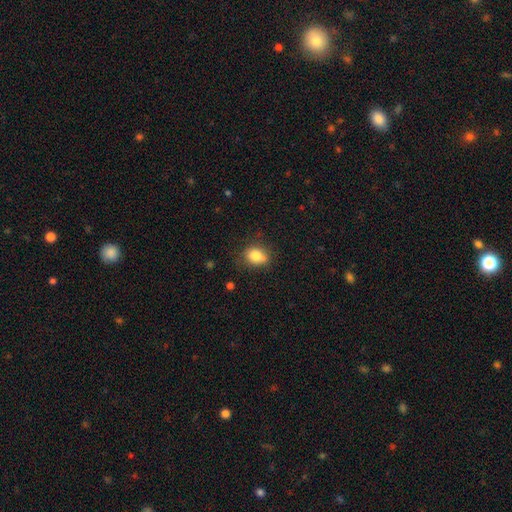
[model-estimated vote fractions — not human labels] Smooth or featured? smooth (81%)
How rounded? in between (52%)
Merging? none (66%)